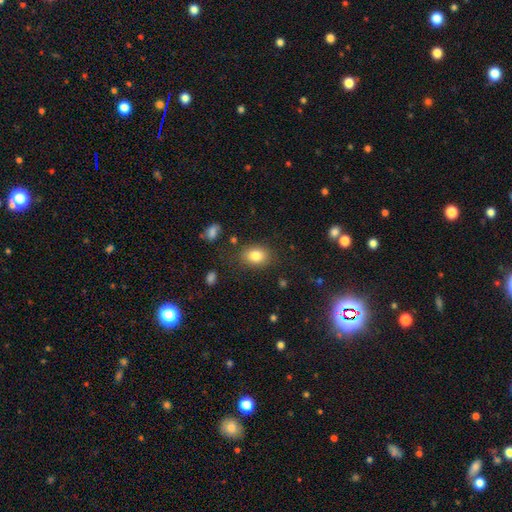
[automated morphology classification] Overall: smooth (83%). How rounded: in between (66%; round 33%). Merging: none (80%).